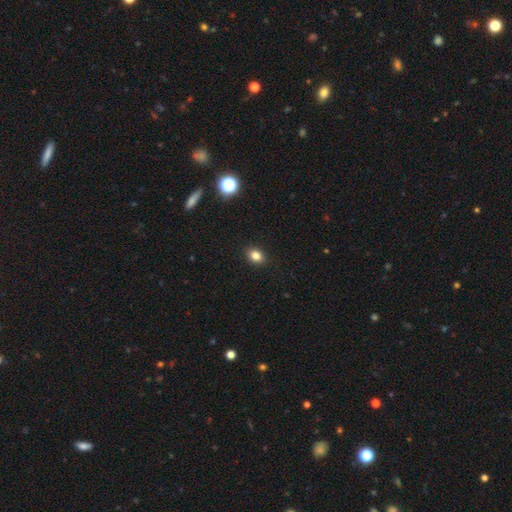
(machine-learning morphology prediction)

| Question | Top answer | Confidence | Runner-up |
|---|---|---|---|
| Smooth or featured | smooth | 83% | star or artifact (12%) |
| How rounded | in between | 58% | round (40%) |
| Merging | none | 90% | minor disturbance (7%) |